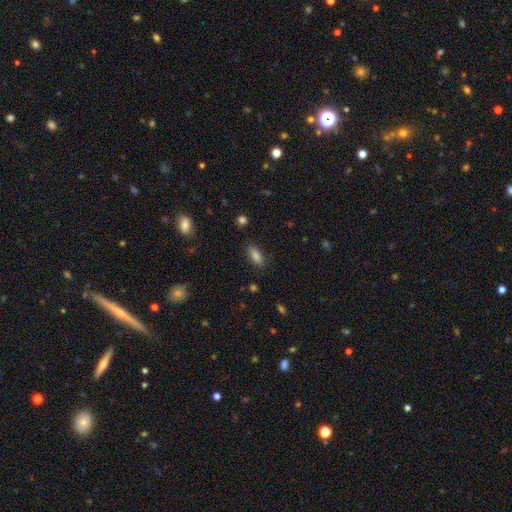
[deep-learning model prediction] A smooth galaxy with no disk features (83%) that is in between round and cigar-shaped (82%). Merging: none (84%).